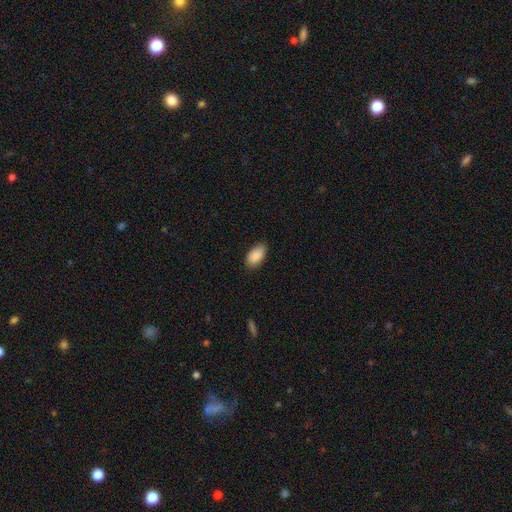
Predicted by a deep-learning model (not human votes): Overall: smooth (90%). How rounded: in between (94%). Merging: none (82%).